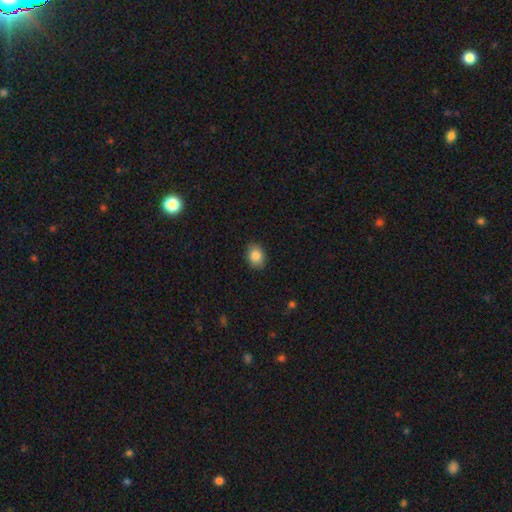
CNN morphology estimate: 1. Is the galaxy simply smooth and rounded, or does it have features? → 86% smooth, 9% star or artifact, 6% featured or disk.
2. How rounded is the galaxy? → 59% in between, 40% round, 1% cigar-shaped.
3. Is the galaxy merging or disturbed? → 88% none, 9% minor disturbance, 2% major disturbance, 1% merger.